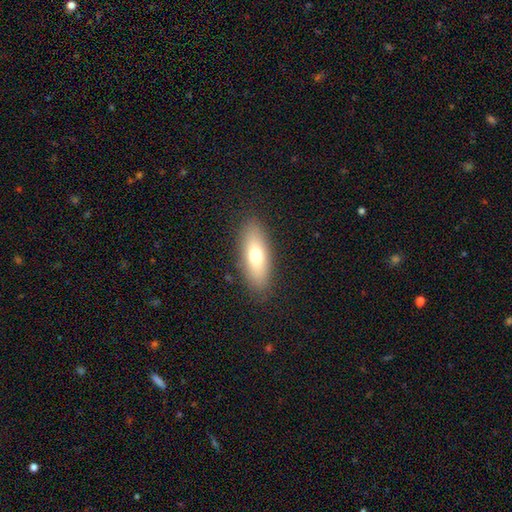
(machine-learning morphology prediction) The model was most divided on "how rounded": in between: 69%, cigar-shaped: 28%, round: 3%. More confident: merging — none (87%); smooth or featured — smooth (70%).